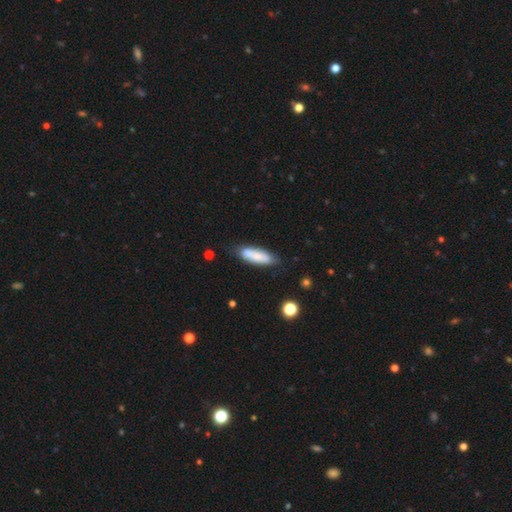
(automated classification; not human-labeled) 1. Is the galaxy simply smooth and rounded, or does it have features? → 73% smooth, 20% featured or disk, 6% star or artifact.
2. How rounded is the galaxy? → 52% in between, 47% cigar-shaped, 2% round.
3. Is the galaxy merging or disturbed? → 73% none, 19% minor disturbance, 4% major disturbance, 3% merger.